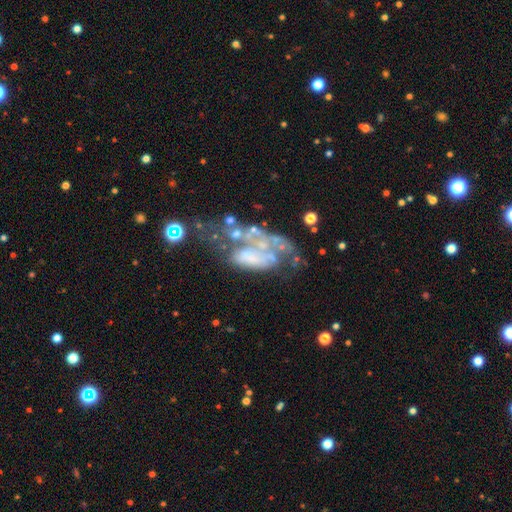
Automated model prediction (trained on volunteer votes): A featured or disk galaxy (68%) with no bar (88%), no spiral arms (81%) and no central bulge (71%).

Vote fractions:
- Smooth or featured? featured or disk: 68% / smooth: 18% / star or artifact: 13%
- Edge-on disk? no: 97% / yes: 3%
- Bar? no: 88% / weak: 8% / strong: 3%
- Spiral arms? no: 81% / yes: 19%
- Bulge size? none: 71% / small: 13% / moderate: 10% / large: 4% / dominant: 2%
- Merging? major disturbance: 40% / none: 24% / merger: 19% / minor disturbance: 18%